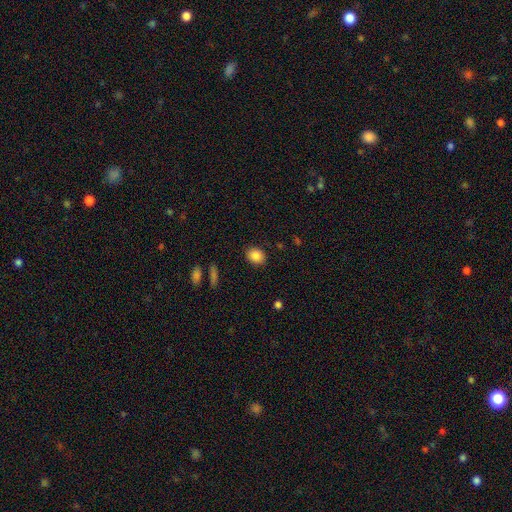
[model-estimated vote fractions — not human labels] Morphology: type=smooth (87%); roundness=in between (54%); merging=none (88%).